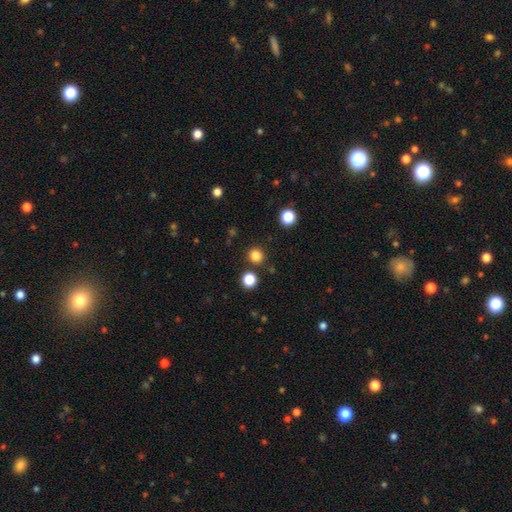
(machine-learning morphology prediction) type=smooth (83%); roundness=round (94%); merging=none (88%).